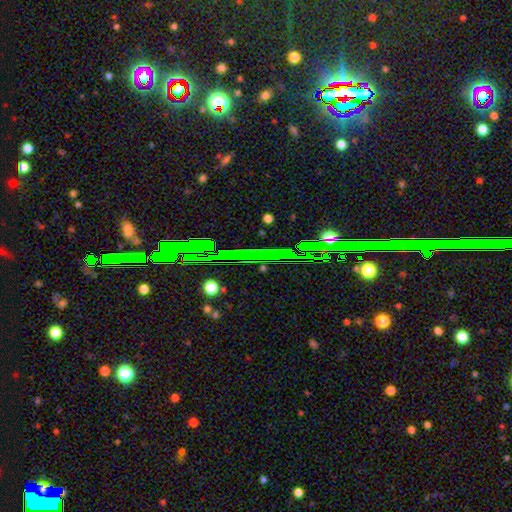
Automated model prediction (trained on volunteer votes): Smooth or featured: star or artifact — 79% (featured or disk — 10%)